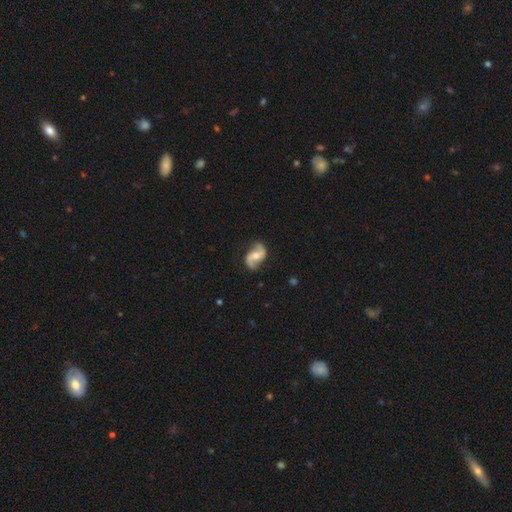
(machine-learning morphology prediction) This appears to be a featured or disk galaxy (86%) with no bar (48%), 2 (93%) loose (57%) spiral arms (96%) and a moderate central bulge (63%). Merging: none (80%).